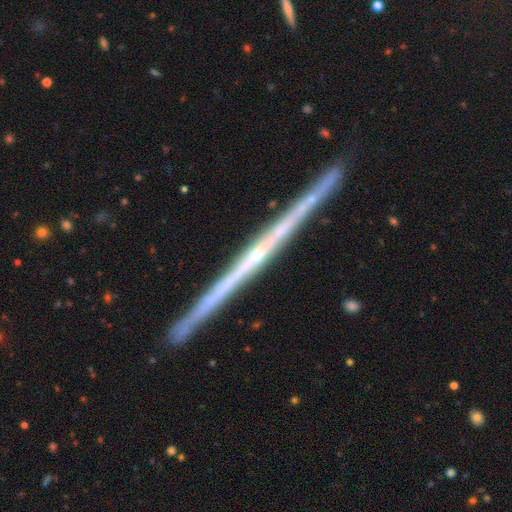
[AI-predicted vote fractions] Smooth or featured?
  - featured or disk: 84% *
  - smooth: 9%
  - star or artifact: 7%
Edge-on disk?
  - yes: 98% *
  - no: 2%
Edge-on bulge?
  - none: 56% *
  - rounded: 39%
  - boxy: 5%
Merging?
  - none: 91% *
  - minor disturbance: 7%
  - merger: 1%
  - major disturbance: 1%